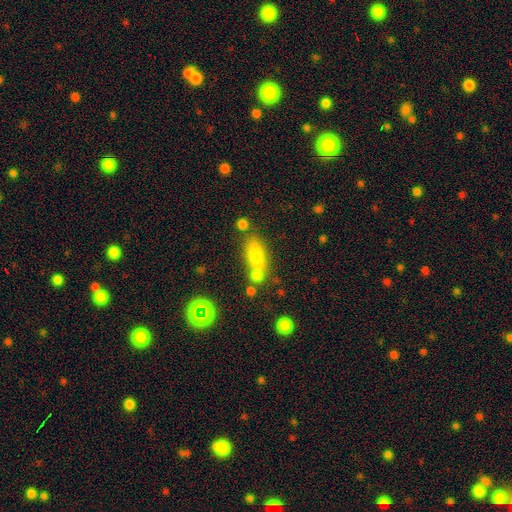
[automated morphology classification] Q: Smooth or featured?
A: smooth (76%); runner-up: featured or disk (12%)
Q: How rounded?
A: in between (74%); runner-up: cigar-shaped (19%)
Q: Merging?
A: none (56%); runner-up: merger (22%)